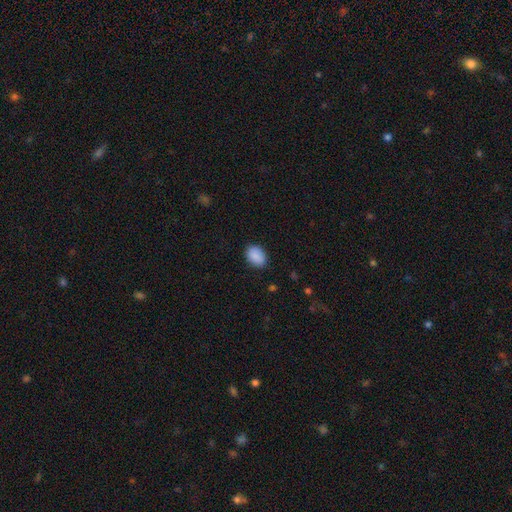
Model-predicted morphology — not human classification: smooth-or-featured: smooth: 90% | star or artifact: 7% | featured or disk: 3%
  how-rounded: in between: 79% | round: 20% | cigar-shaped: 1%
  merging: none: 85% | minor disturbance: 11% | major disturbance: 2% | merger: 1%